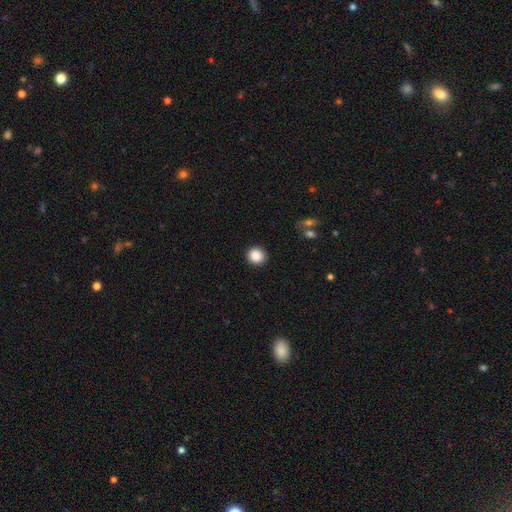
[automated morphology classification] smooth-or-featured: smooth: 88% | star or artifact: 9% | featured or disk: 3%
  how-rounded: round: 91% | in between: 8% | cigar-shaped: 1%
  merging: none: 91% | minor disturbance: 6% | major disturbance: 2% | merger: 1%